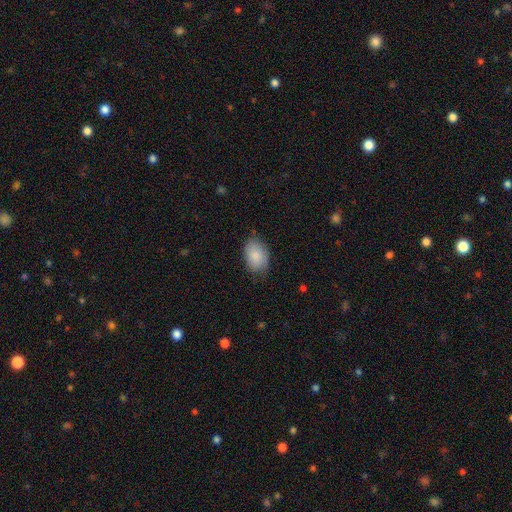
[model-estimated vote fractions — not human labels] smooth 86%, featured or disk 8%, star or artifact 6%. Down the decision tree: how rounded — in between (89%); merging — none (73%).